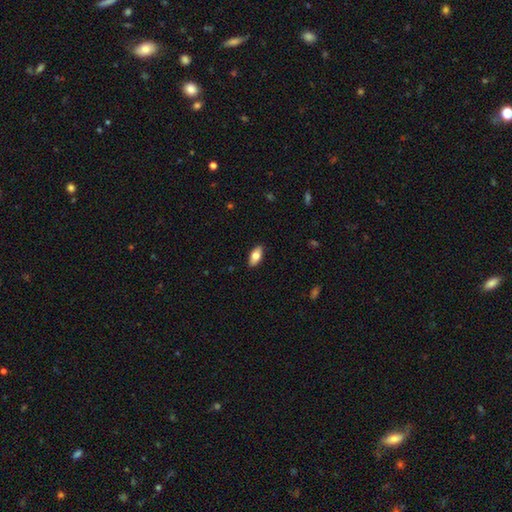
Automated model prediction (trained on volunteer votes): A smooth galaxy with no disk features (76%) that is in between round and cigar-shaped (89%). Merging: none (89%).